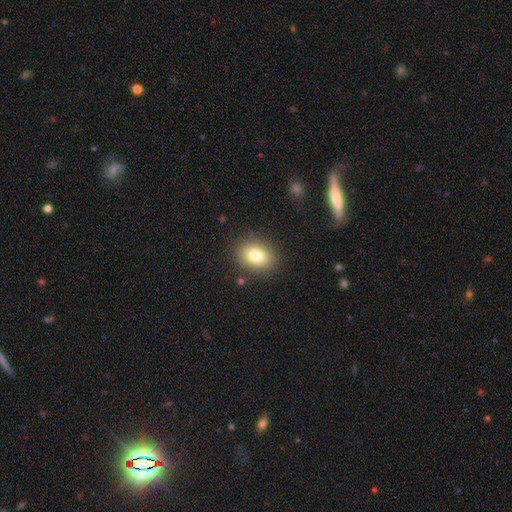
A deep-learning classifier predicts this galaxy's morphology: smooth-or-featured: smooth: 79% | featured or disk: 11% | star or artifact: 10%
  how-rounded: in between: 58% | round: 41% | cigar-shaped: 1%
  merging: none: 87% | minor disturbance: 9% | major disturbance: 3% | merger: 2%